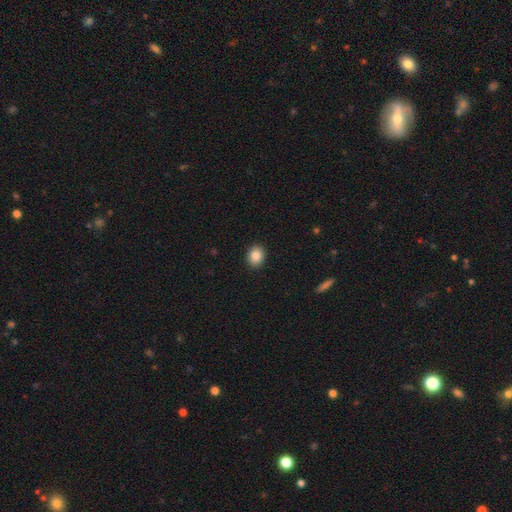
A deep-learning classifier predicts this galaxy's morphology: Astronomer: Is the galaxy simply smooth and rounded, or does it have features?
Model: smooth — 85%.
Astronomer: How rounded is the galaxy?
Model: in between — 51% (runner-up: round, 48%).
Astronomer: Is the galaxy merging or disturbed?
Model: none — 91%.